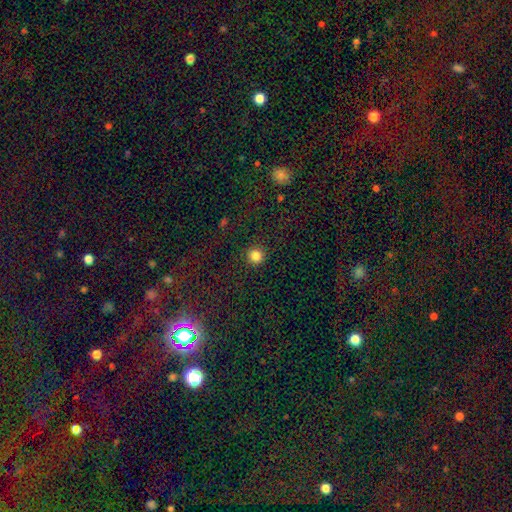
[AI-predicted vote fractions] A smooth galaxy with no disk features (83%) that is round (94%).

Vote fractions:
- Smooth or featured? smooth: 83% / star or artifact: 13% / featured or disk: 5%
- How rounded? round: 94% / in between: 5% / cigar-shaped: 1%
- Merging? none: 91% / minor disturbance: 6% / major disturbance: 2% / merger: 1%